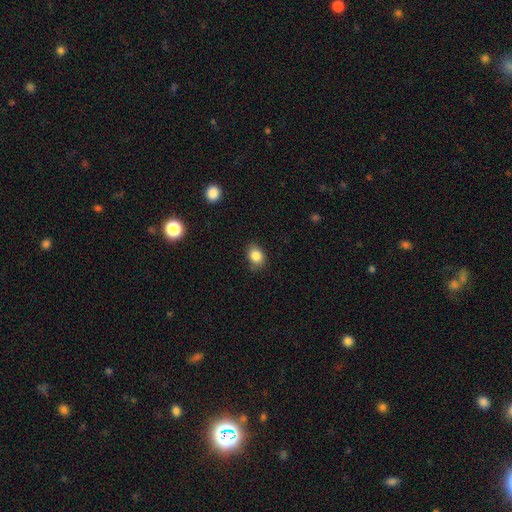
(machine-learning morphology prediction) Smooth or featured: smooth — 85% (star or artifact — 10%)
How rounded: in between — 61% (round — 38%)
Merging: none — 79% (minor disturbance — 17%)